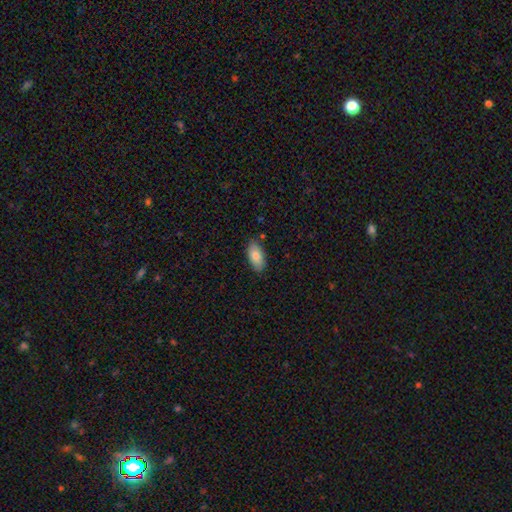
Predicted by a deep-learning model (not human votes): smooth_or_featured: smooth (p=0.82) [alt: featured or disk p=0.11]
how_rounded: in between (p=0.93) [alt: cigar-shaped p=0.04]
merging: none (p=0.84) [alt: minor disturbance p=0.12]